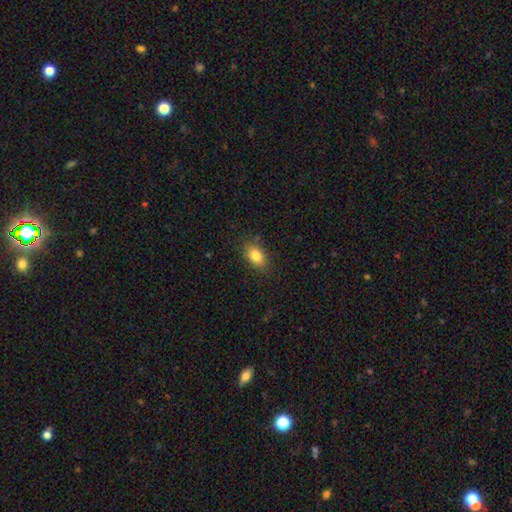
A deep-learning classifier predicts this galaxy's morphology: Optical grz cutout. It shows a smooth galaxy with no disk features (84%) that is in between round and cigar-shaped (85%). Merging: none (84%).